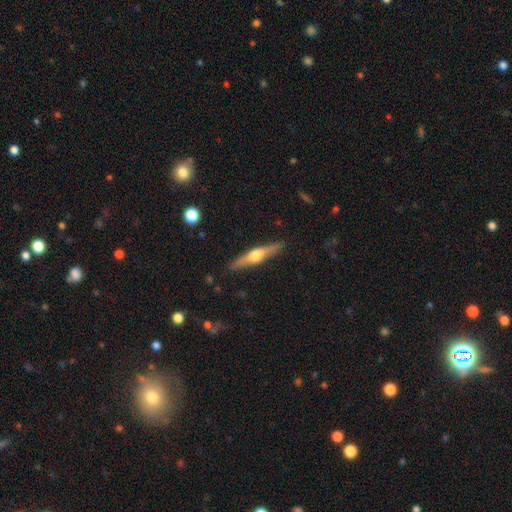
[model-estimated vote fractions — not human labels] Q: Smooth or featured?
A: featured or disk (71%); runner-up: smooth (24%)
Q: Edge-on disk?
A: yes (97%); runner-up: no (3%)
Q: Edge-on bulge?
A: rounded (94%); runner-up: boxy (4%)
Q: Merging?
A: none (90%); runner-up: minor disturbance (7%)